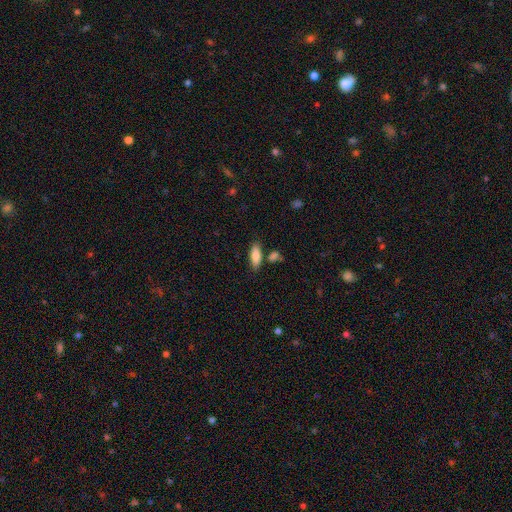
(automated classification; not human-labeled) Smooth or featured: smooth — 82% (featured or disk — 12%)
How rounded: in between — 75% (cigar-shaped — 23%)
Merging: none — 78% (minor disturbance — 12%)